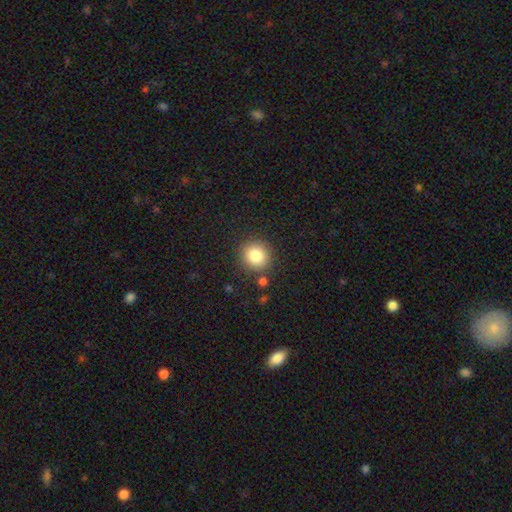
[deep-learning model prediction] A smooth galaxy with no disk features (83%) that is round (89%).

Vote fractions:
- Smooth or featured? smooth: 83% / star or artifact: 10% / featured or disk: 6%
- How rounded? round: 89% / in between: 10% / cigar-shaped: 1%
- Merging? none: 85% / minor disturbance: 8% / merger: 4% / major disturbance: 3%